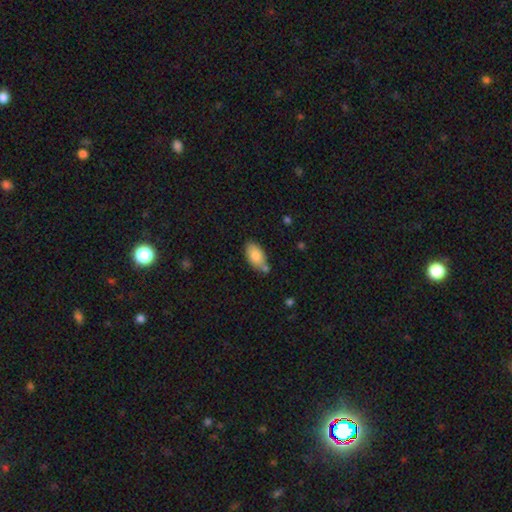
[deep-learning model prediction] Smooth or featured? smooth (84%)
How rounded? in between (93%)
Merging? none (66%)